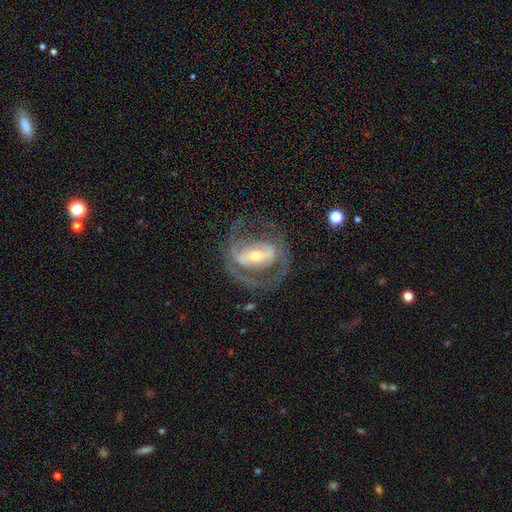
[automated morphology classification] Smooth or featured? Predicted: featured or disk (p=0.82). Edge-on disk? Predicted: no (p=0.94). Bar? Predicted: strong (p=0.58). Spiral arms? Predicted: yes (p=0.71). Spiral winding? Predicted: medium (p=0.45). Spiral arm count? Predicted: 2 (p=0.72). Bulge size? Predicted: small (p=0.49). Merging? Predicted: none (p=0.60).